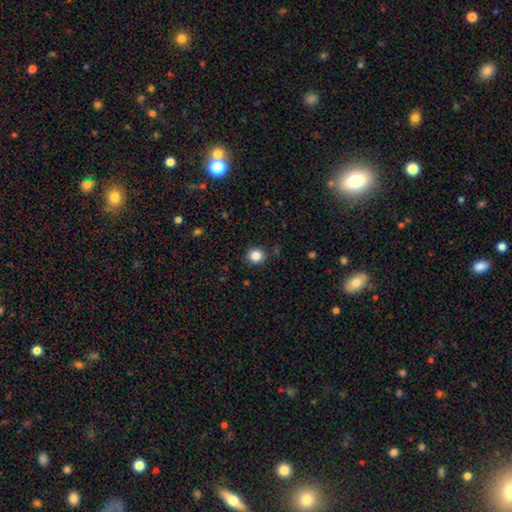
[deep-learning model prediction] Overall: smooth (84%). How rounded: round (89%). Merging: none (89%).